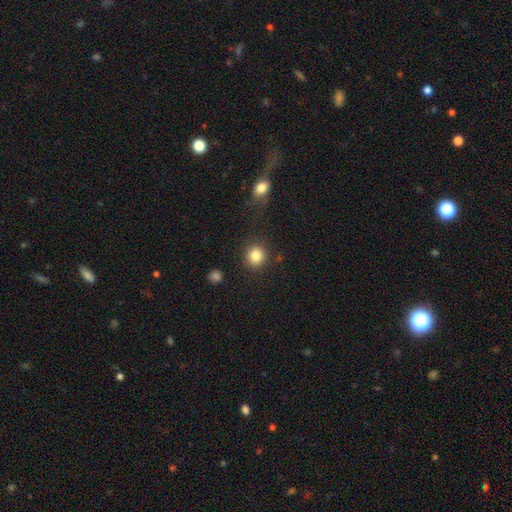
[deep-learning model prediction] smooth-or-featured: smooth: 85% | star or artifact: 10% | featured or disk: 5%
  how-rounded: round: 89% | in between: 10% | cigar-shaped: 1%
  merging: none: 87% | minor disturbance: 7% | major disturbance: 3% | merger: 3%